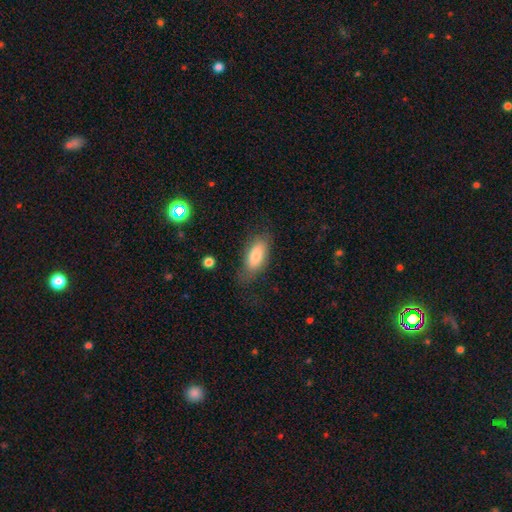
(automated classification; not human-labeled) Smooth or featured: smooth — 80% (featured or disk — 13%)
How rounded: in between — 86% (cigar-shaped — 11%)
Merging: none — 66% (minor disturbance — 23%)